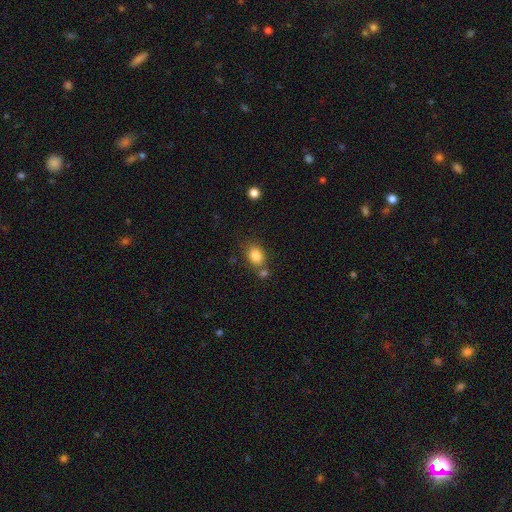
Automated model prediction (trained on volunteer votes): Smooth or featured?
  - smooth: 84% *
  - star or artifact: 10%
  - featured or disk: 7%
How rounded?
  - in between: 57% *
  - round: 42%
  - cigar-shaped: 1%
Merging?
  - none: 65% *
  - merger: 18%
  - minor disturbance: 13%
  - major disturbance: 4%